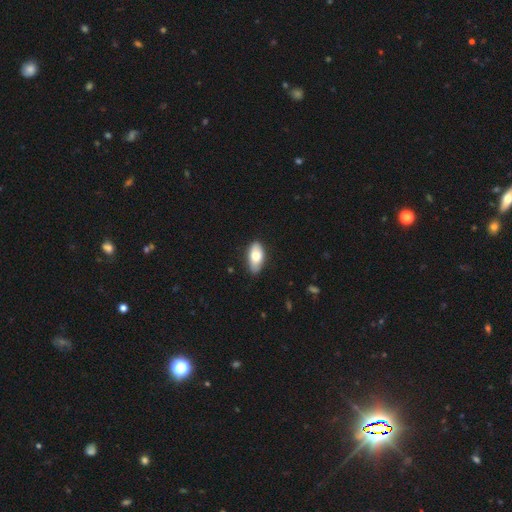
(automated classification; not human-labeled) smooth 73%, featured or disk 20%, star or artifact 6%. Down the decision tree: how rounded — in between (91%); merging — none (80%).